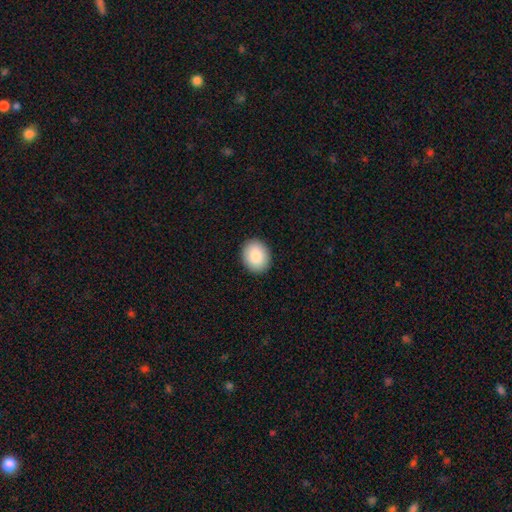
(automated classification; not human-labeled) The model was most divided on "how rounded": in between: 50%, round: 49%, cigar-shaped: 1%. More confident: merging — none (91%); smooth or featured — smooth (88%).